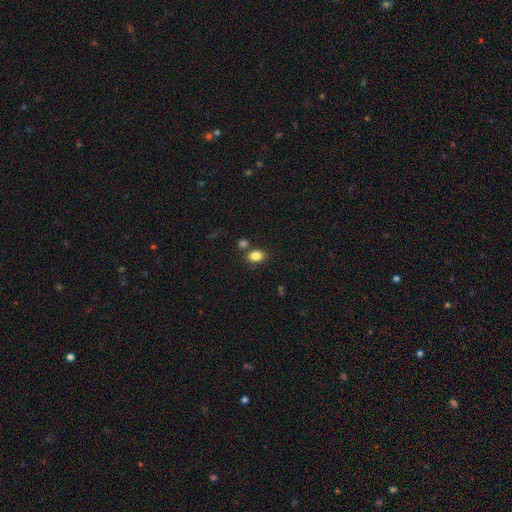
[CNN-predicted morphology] smooth_or_featured: smooth (p=0.84) [alt: star or artifact p=0.10]
how_rounded: in between (p=0.69) [alt: round p=0.29]
merging: none (p=0.73) [alt: merger p=0.13]